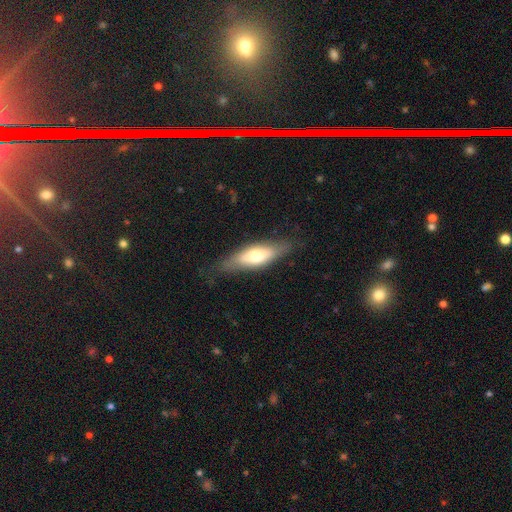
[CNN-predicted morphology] A smooth galaxy with no disk features (58%) that is in between round and cigar-shaped (59%). Merging: none (77%).